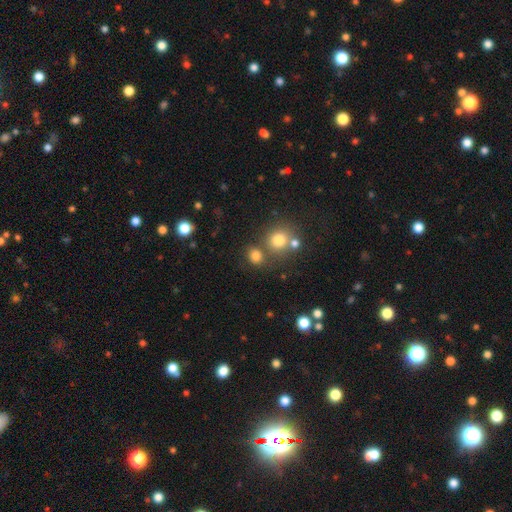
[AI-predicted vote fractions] smooth_or_featured: smooth (p=0.78) [alt: star or artifact p=0.15]
how_rounded: round (p=0.71) [alt: in between p=0.27]
merging: none (p=0.64) [alt: merger p=0.20]